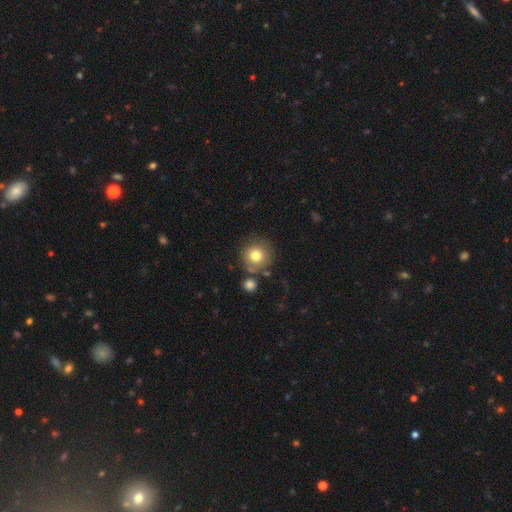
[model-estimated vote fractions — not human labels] smooth_or_featured: smooth (p=0.78) [alt: featured or disk p=0.12]
how_rounded: round (p=0.93) [alt: in between p=0.06]
merging: none (p=0.72) [alt: minor disturbance p=0.12]